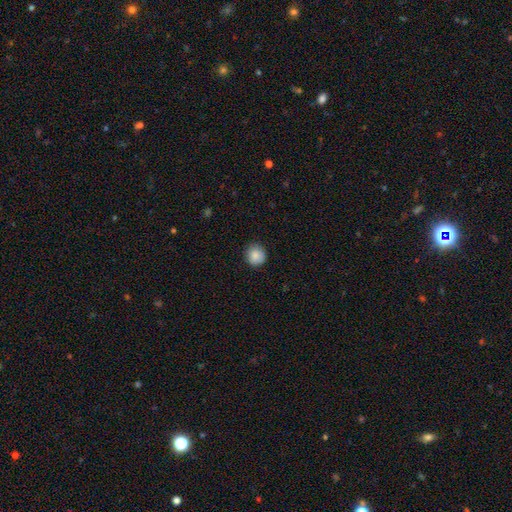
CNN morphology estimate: A smooth galaxy with no disk features (87%) that is round (88%).

Vote fractions:
- Smooth or featured? smooth: 87% / star or artifact: 8% / featured or disk: 5%
- How rounded? round: 88% / in between: 11% / cigar-shaped: 1%
- Merging? none: 87% / minor disturbance: 10% / major disturbance: 2% / merger: 1%